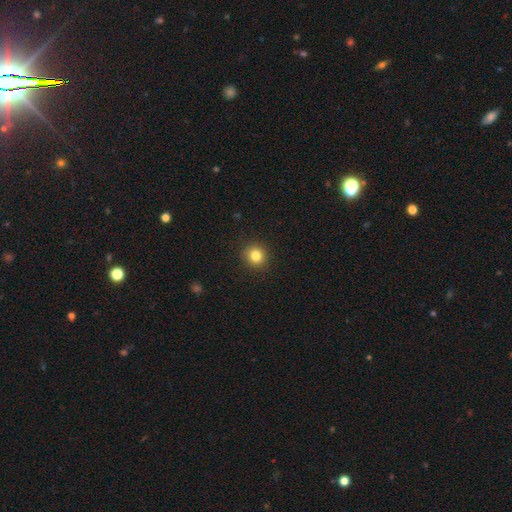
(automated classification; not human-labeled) This appears to be a smooth galaxy with no disk features (83%) that is round (90%). Merging: none (91%).